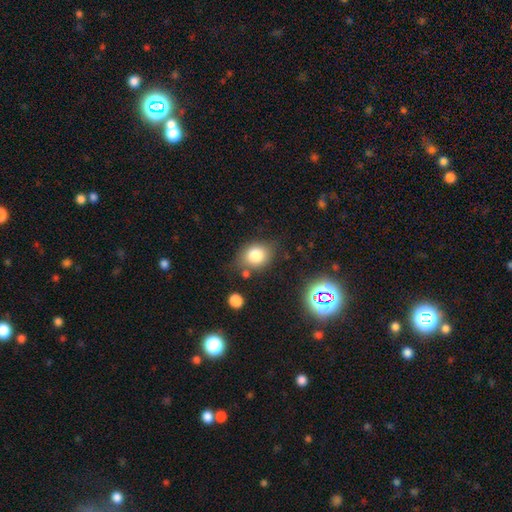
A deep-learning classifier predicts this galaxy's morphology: This is likely a smooth galaxy (79%). How rounded: possibly round (50%). Merging: likely none (72%).